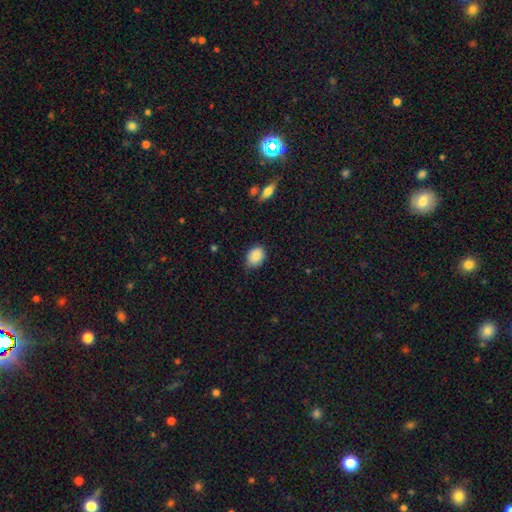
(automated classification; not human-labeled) The model was most divided on "how rounded": in between: 74%, round: 24%, cigar-shaped: 1%. More confident: smooth or featured — smooth (88%); merging — none (77%).